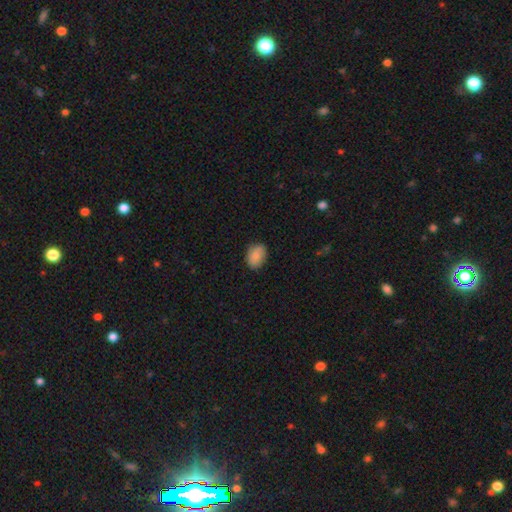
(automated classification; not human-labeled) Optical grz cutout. It shows a smooth galaxy with no disk features (87%) that is in between round and cigar-shaped (78%). Merging: none (82%).